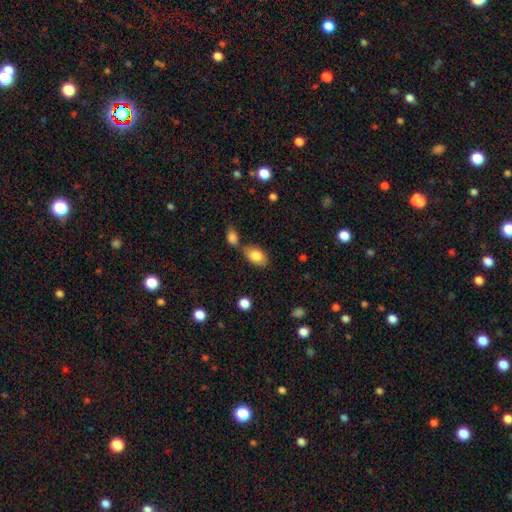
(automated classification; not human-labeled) Overall: smooth (82%). How rounded: in between (88%). Merging: none (58%; merger 24%).